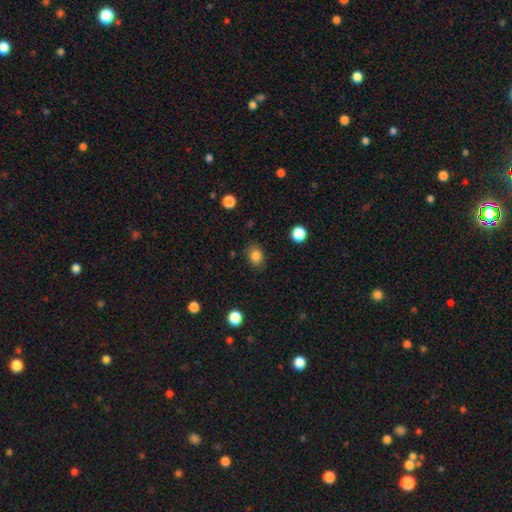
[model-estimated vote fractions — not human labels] Overall: smooth (84%). How rounded: in between (62%; round 37%). Merging: none (82%).